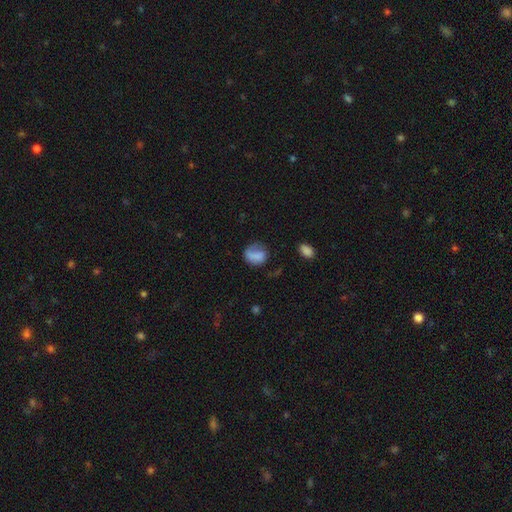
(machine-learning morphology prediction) A smooth galaxy with no disk features (71%) that is round (56%). Merging: none (47%).